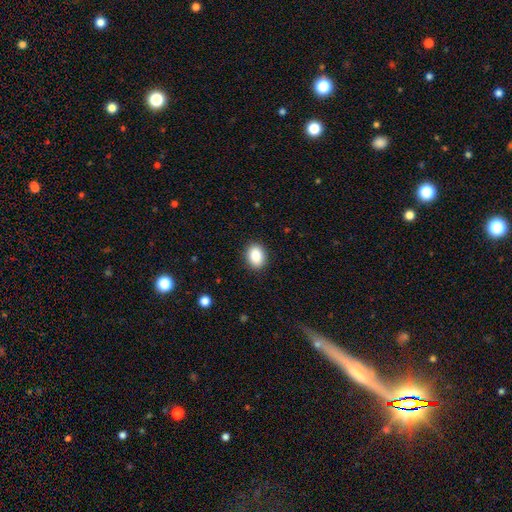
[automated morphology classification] This appears to be a smooth galaxy with no disk features (88%) that is in between round and cigar-shaped (71%). Merging: none (89%).